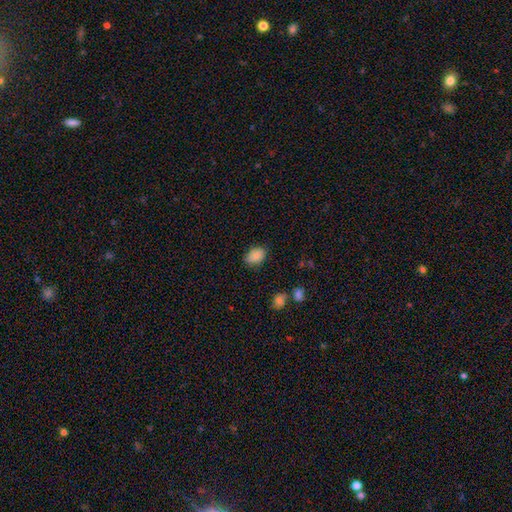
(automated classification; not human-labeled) A smooth galaxy with no disk features (87%) that is in between round and cigar-shaped (82%).

Vote fractions:
- Smooth or featured? smooth: 87% / star or artifact: 8% / featured or disk: 5%
- How rounded? in between: 82% / round: 16% / cigar-shaped: 1%
- Merging? none: 78% / minor disturbance: 17% / major disturbance: 3% / merger: 2%